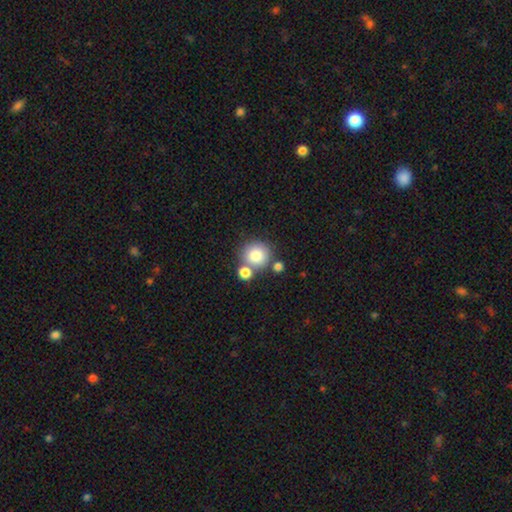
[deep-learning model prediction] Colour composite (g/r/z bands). It shows a smooth galaxy with no disk features (80%) that is round (89%). Merging: none (60%).